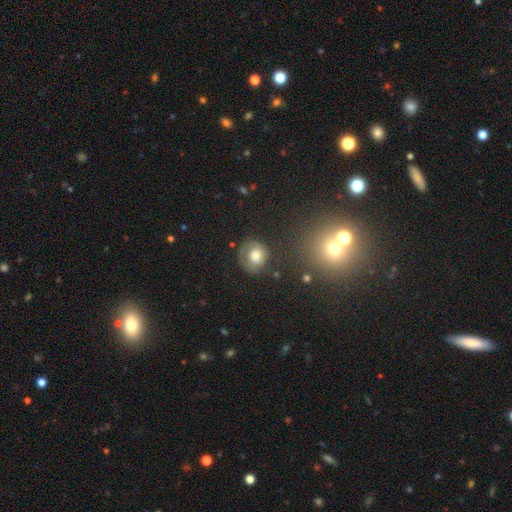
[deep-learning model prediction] The model was most divided on "smooth or featured": smooth: 56%, featured or disk: 34%, star or artifact: 9%. More confident: how rounded — round (82%); merging — none (64%).